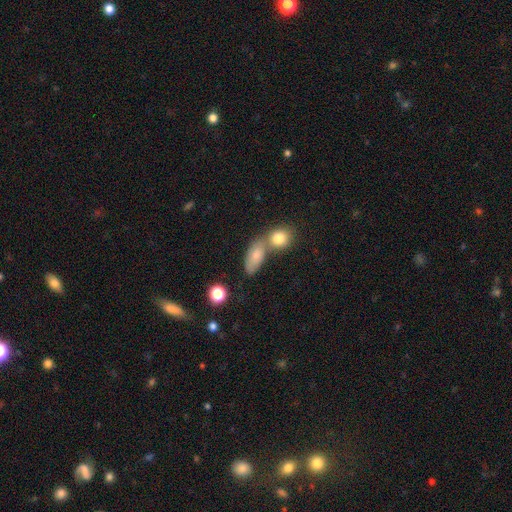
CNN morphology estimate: Smooth or featured?
  - smooth: 77% *
  - featured or disk: 14%
  - star or artifact: 10%
How rounded?
  - in between: 81% *
  - round: 12%
  - cigar-shaped: 7%
Merging?
  - merger: 46% *
  - none: 38%
  - minor disturbance: 11%
  - major disturbance: 5%